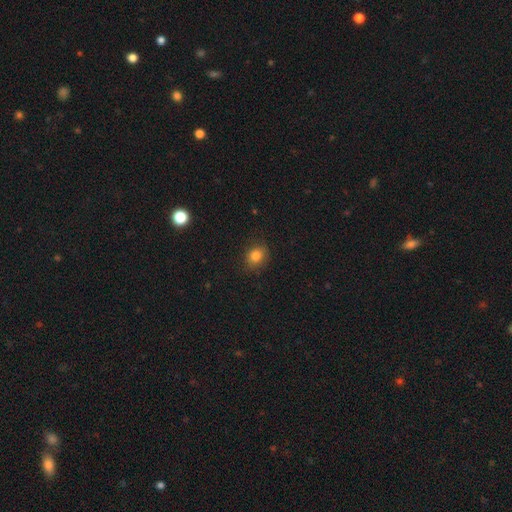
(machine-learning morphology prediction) Q: Smooth or featured?
A: smooth (82%); runner-up: star or artifact (12%)
Q: How rounded?
A: round (63%); runner-up: in between (36%)
Q: Merging?
A: none (84%); runner-up: minor disturbance (12%)